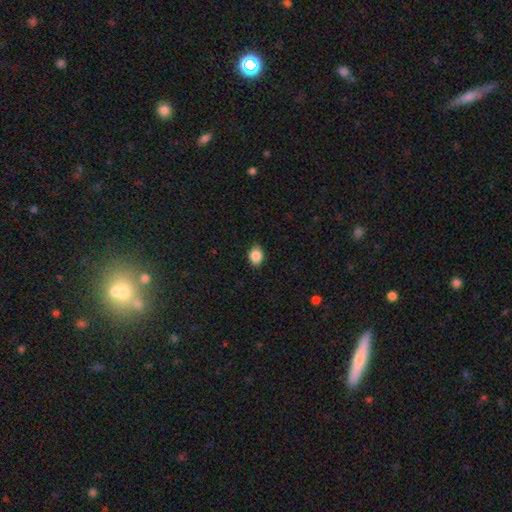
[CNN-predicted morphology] Q: Smooth or featured?
A: smooth (87%); runner-up: star or artifact (9%)
Q: How rounded?
A: in between (66%); runner-up: round (33%)
Q: Merging?
A: none (85%); runner-up: minor disturbance (11%)